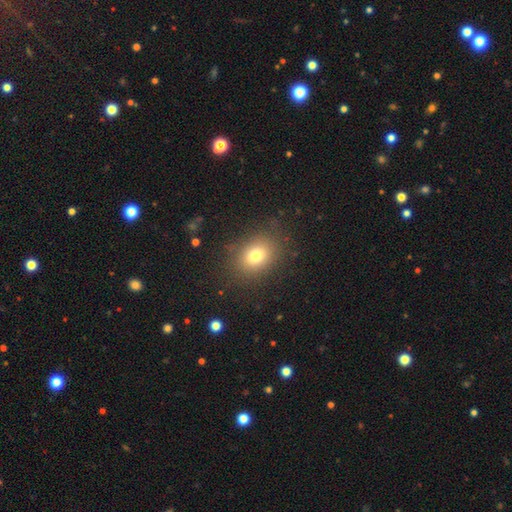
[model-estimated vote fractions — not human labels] smooth-or-featured: smooth: 76% | star or artifact: 13% | featured or disk: 11%
  how-rounded: in between: 58% | round: 41% | cigar-shaped: 1%
  merging: none: 83% | minor disturbance: 11% | major disturbance: 5% | merger: 1%